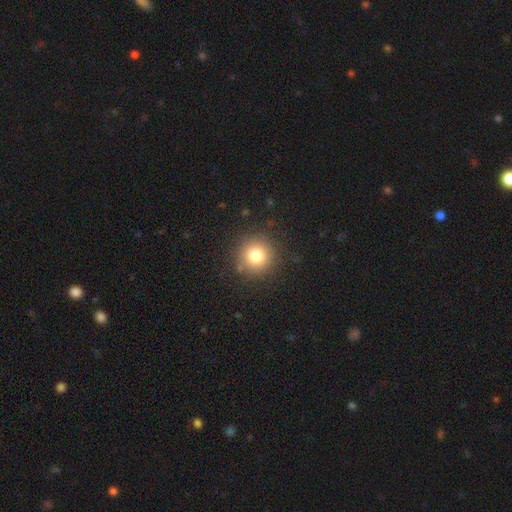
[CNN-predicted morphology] This appears to be a smooth galaxy with no disk features (78%) that is round (94%). Merging: none (88%).